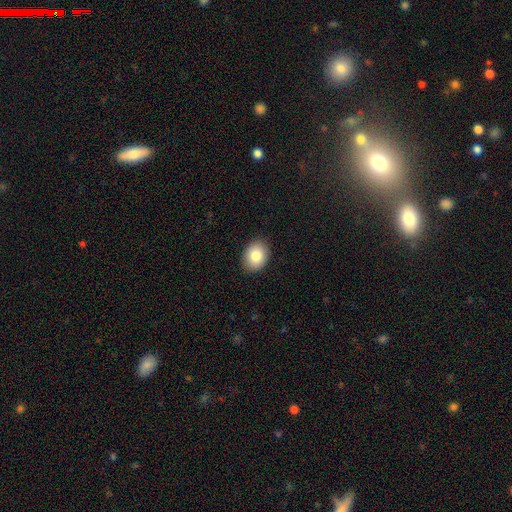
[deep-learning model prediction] smooth-or-featured: smooth: 83% | featured or disk: 8% | star or artifact: 8%
  how-rounded: in between: 61% | round: 38% | cigar-shaped: 1%
  merging: none: 89% | minor disturbance: 8% | major disturbance: 2% | merger: 1%